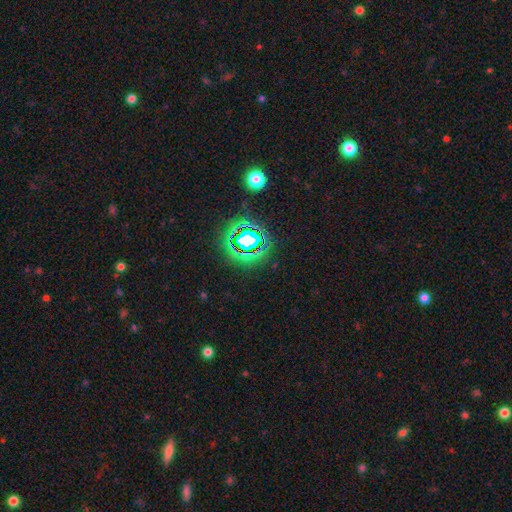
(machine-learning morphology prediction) A star or artifact, not a galaxy (78%).